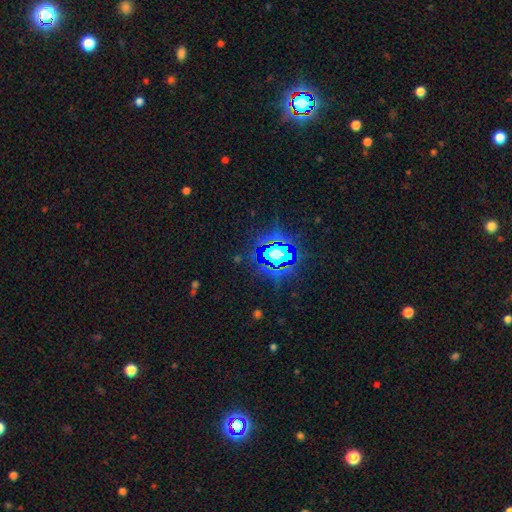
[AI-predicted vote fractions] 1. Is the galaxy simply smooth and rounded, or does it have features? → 81% star or artifact, 11% smooth, 8% featured or disk.